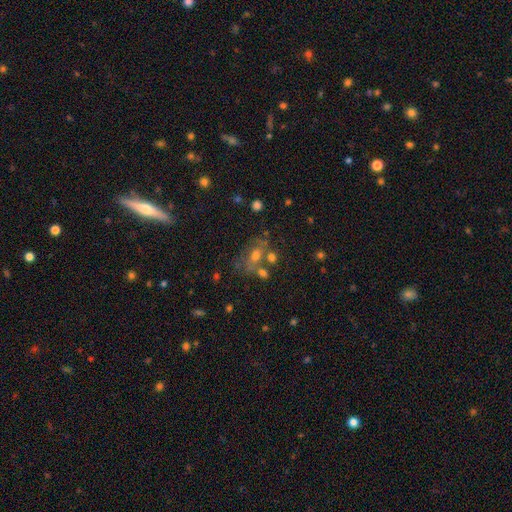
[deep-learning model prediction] A smooth galaxy with no disk features (43%).

Vote fractions:
- Smooth or featured? smooth: 43% / featured or disk: 33% / star or artifact: 24%
- Merging? none: 51% / merger: 22% / minor disturbance: 17% / major disturbance: 11%